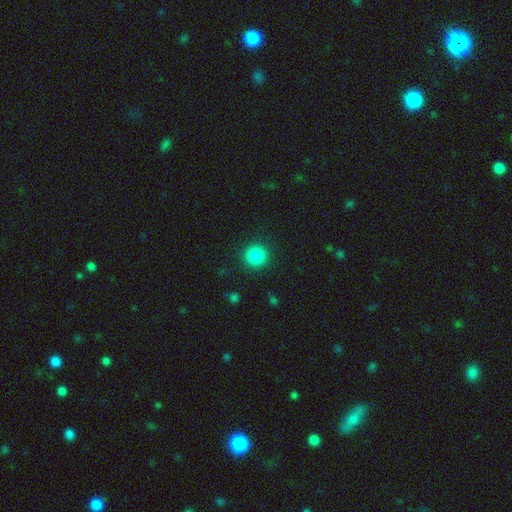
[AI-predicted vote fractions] This appears to be a smooth galaxy with no disk features (87%) that is round (94%). Merging: none (91%).